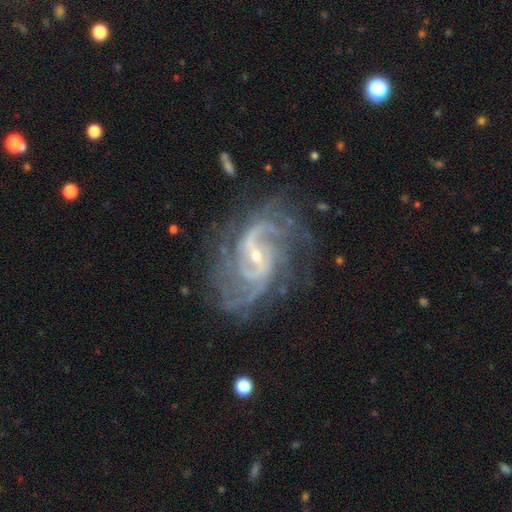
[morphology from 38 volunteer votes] featured or disk 89%, star or artifact 8%, smooth 3%. Down the decision tree: edge-on disk — no (100%); bar — weak (59%); spiral arms — yes (100%); spiral arm count — 2 (62%); spiral winding — medium (47%); bulge size — small (82%); merging — none (77%).